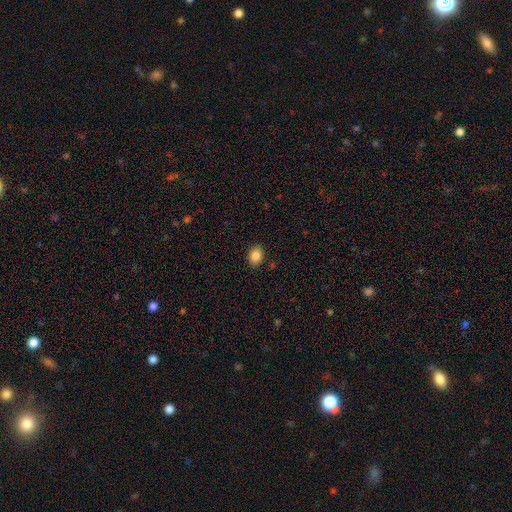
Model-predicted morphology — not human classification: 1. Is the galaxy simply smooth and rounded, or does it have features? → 86% smooth, 9% star or artifact, 5% featured or disk.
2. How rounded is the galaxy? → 65% in between, 34% round, 1% cigar-shaped.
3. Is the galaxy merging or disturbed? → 88% none, 9% minor disturbance, 2% major disturbance, 1% merger.